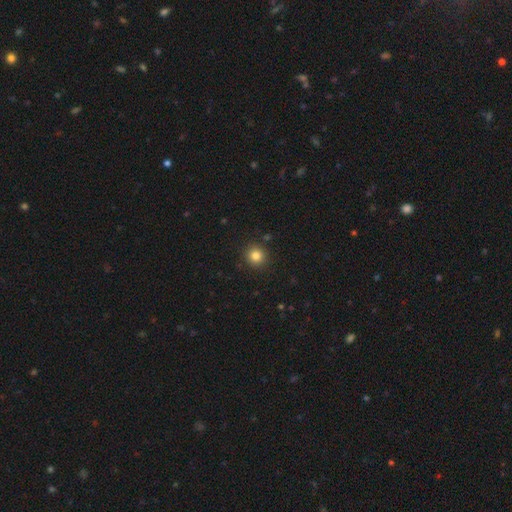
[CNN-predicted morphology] Smooth or featured?
  - smooth: 82% *
  - star or artifact: 12%
  - featured or disk: 6%
How rounded?
  - round: 92% *
  - in between: 7%
  - cigar-shaped: 1%
Merging?
  - none: 90% *
  - minor disturbance: 6%
  - major disturbance: 2%
  - merger: 2%